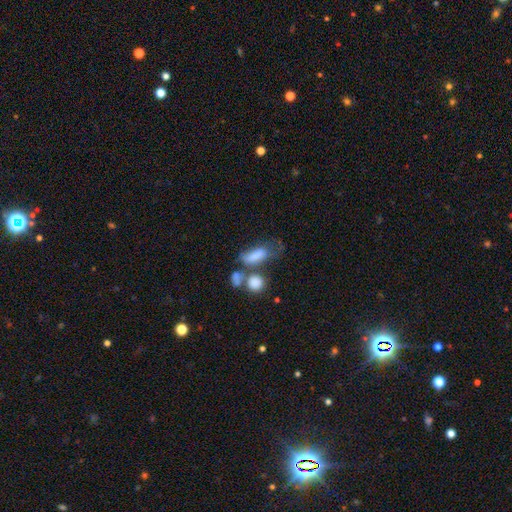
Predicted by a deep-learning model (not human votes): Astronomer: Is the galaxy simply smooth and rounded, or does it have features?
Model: smooth — 73%.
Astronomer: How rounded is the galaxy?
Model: in between — 77%.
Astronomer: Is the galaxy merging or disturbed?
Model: merger — 40% (runner-up: none, 26%).